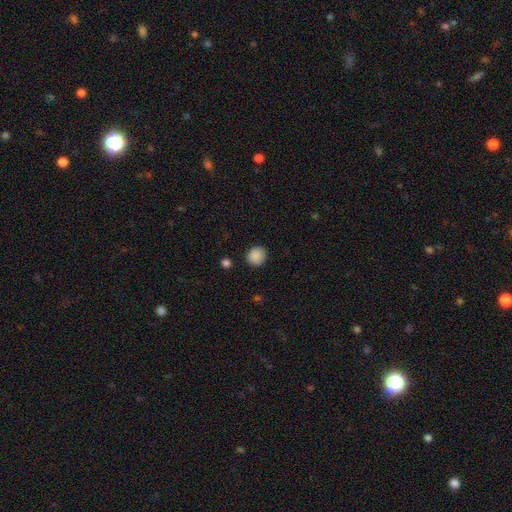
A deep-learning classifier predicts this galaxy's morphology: type=smooth (88%); roundness=round (87%); merging=none (89%).